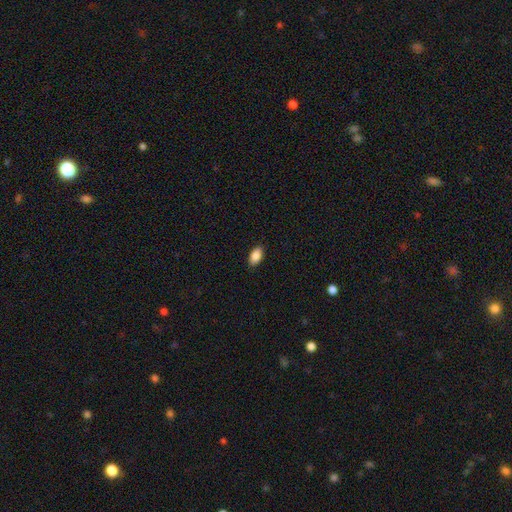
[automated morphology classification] This appears to be a smooth galaxy with no disk features (88%) that is in between round and cigar-shaped (93%). Merging: none (88%).